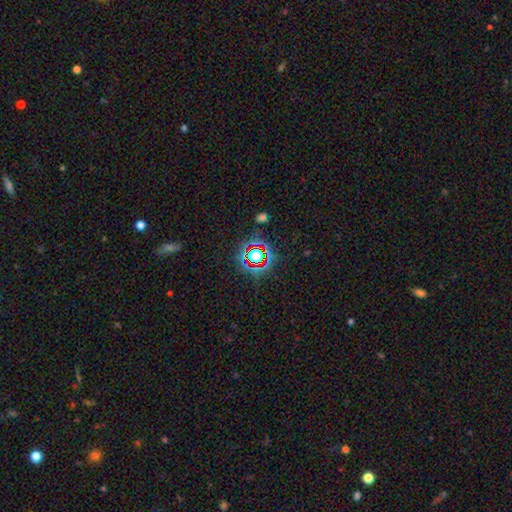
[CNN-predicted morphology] A star or artifact, not a galaxy (71%).

Vote fractions:
- Smooth or featured? star or artifact: 71% / smooth: 19% / featured or disk: 10%